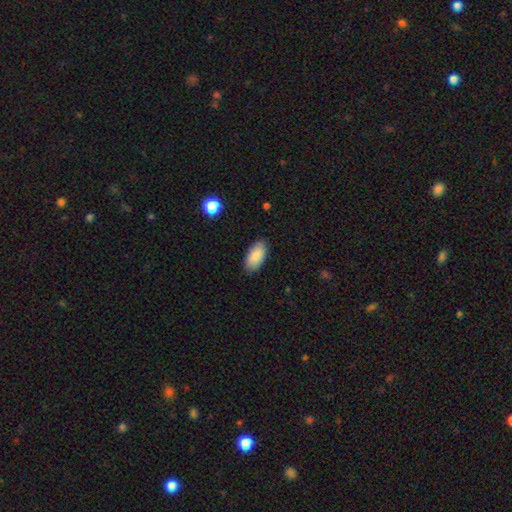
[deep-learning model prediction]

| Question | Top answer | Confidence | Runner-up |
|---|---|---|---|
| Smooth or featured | smooth | 88% | star or artifact (6%) |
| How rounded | in between | 93% | cigar-shaped (5%) |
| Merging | none | 87% | minor disturbance (10%) |